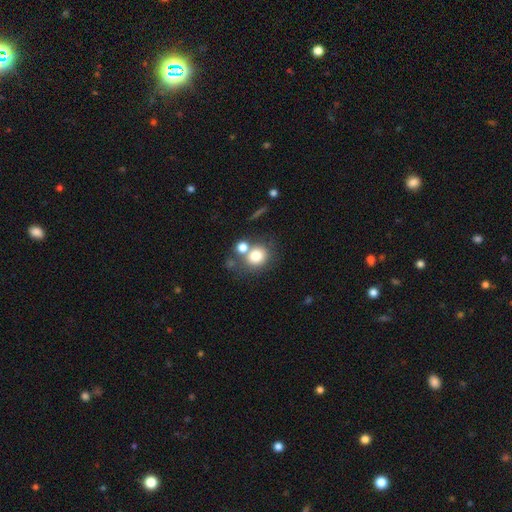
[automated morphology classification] smooth-or-featured: smooth: 77% | featured or disk: 12% | star or artifact: 12%
  how-rounded: round: 75% | in between: 24% | cigar-shaped: 1%
  merging: none: 54% | merger: 29% | minor disturbance: 11% | major disturbance: 6%